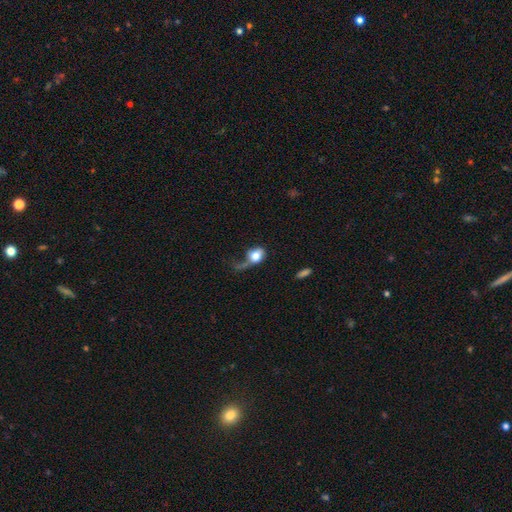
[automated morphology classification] Overall: smooth (72%). How rounded: round (52%; in between 46%). Merging: major disturbance (44%; none 24%).